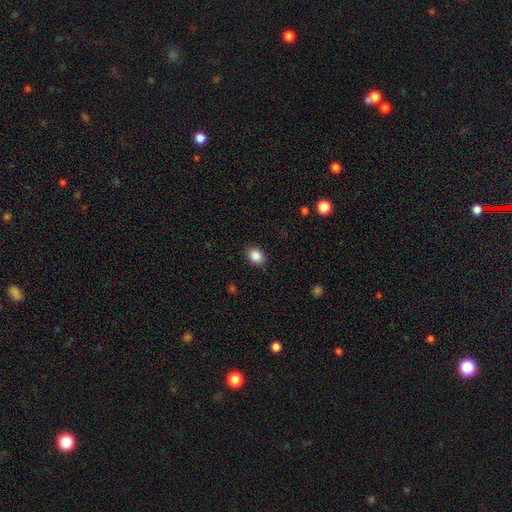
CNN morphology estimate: smooth_or_featured: smooth (p=0.87) [alt: star or artifact p=0.09]
how_rounded: in between (p=0.65) [alt: round p=0.34]
merging: none (p=0.87) [alt: minor disturbance p=0.09]